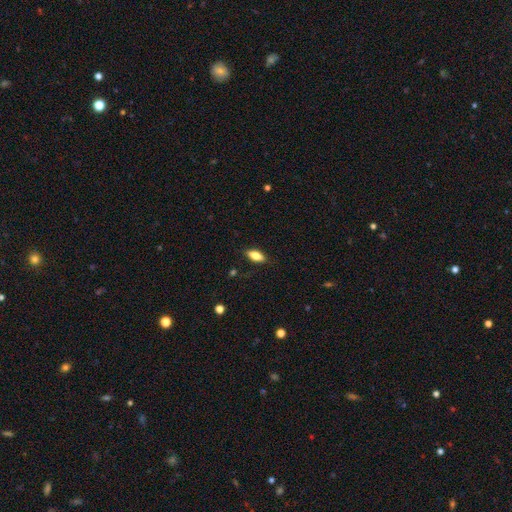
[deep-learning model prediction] smooth-or-featured: smooth: 74% | featured or disk: 19% | star or artifact: 7%
  how-rounded: in between: 78% | cigar-shaped: 19% | round: 3%
  merging: none: 85% | minor disturbance: 11% | major disturbance: 2% | merger: 1%